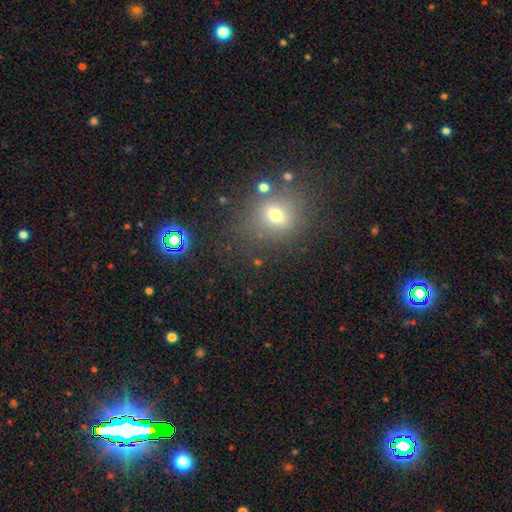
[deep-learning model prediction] Overall: smooth (56%; star or artifact 32%). How rounded: round (68%; in between 30%). Merging: none (78%).